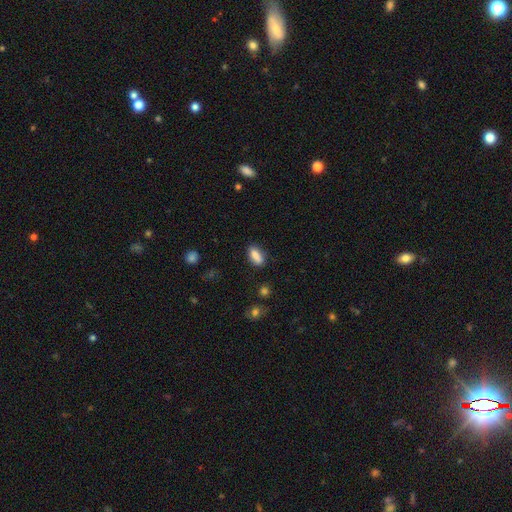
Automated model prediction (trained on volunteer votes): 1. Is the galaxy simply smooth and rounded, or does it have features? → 83% smooth, 9% featured or disk, 8% star or artifact.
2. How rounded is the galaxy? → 76% in between, 20% cigar-shaped, 4% round.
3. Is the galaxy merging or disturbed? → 82% none, 12% minor disturbance, 3% major disturbance, 3% merger.